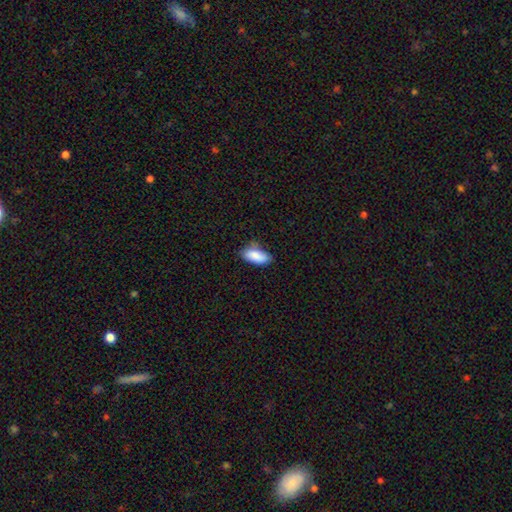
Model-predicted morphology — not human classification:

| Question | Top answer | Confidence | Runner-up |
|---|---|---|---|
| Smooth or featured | smooth | 85% | featured or disk (8%) |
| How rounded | in between | 88% | cigar-shaped (10%) |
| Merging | none | 63% | minor disturbance (28%) |